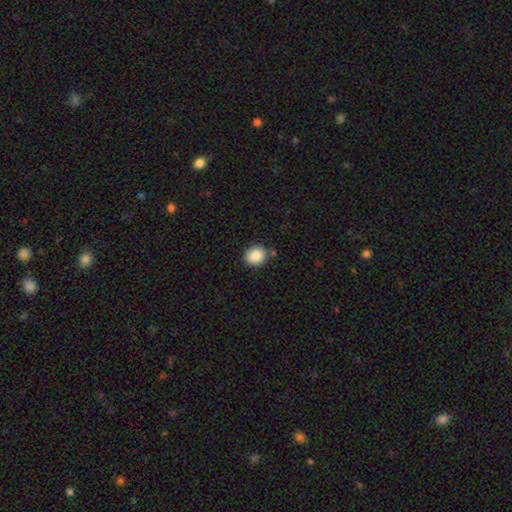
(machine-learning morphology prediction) The model was most divided on "how rounded": round: 64%, in between: 35%, cigar-shaped: 1%. More confident: smooth or featured — smooth (87%); merging — none (82%).